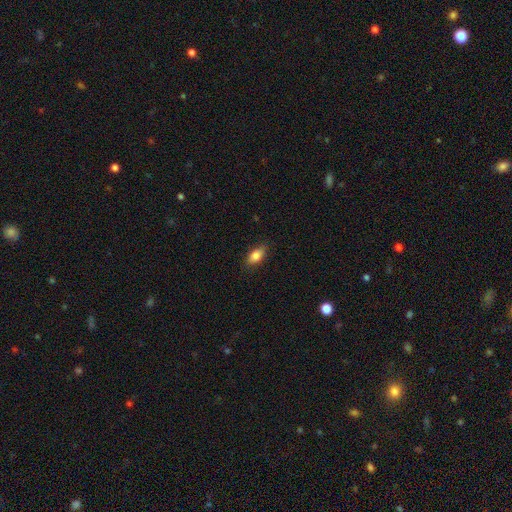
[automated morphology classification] This appears to be a smooth galaxy with no disk features (84%) that is in between round and cigar-shaped (88%). Merging: none (84%).